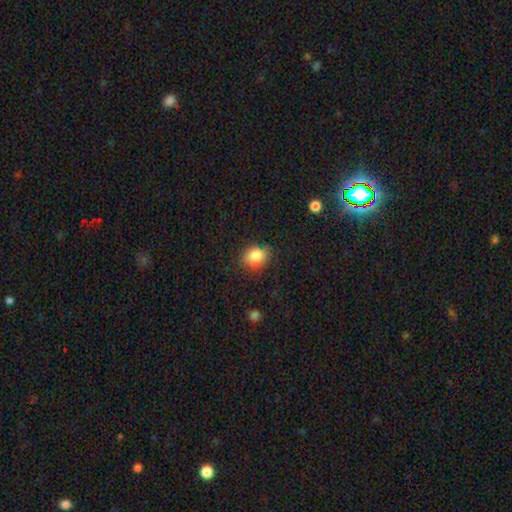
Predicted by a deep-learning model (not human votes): This appears to be a smooth galaxy with no disk features (84%) that is in between round and cigar-shaped (52%). Merging: none (79%).